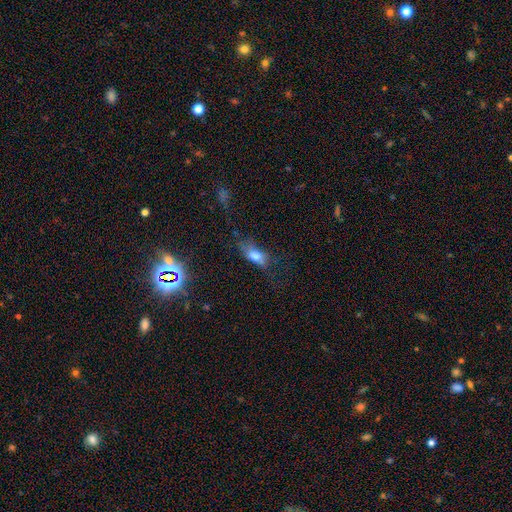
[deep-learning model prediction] smooth 66%, featured or disk 20%, star or artifact 14%. Down the decision tree: how rounded — in between (76%); merging — none (40%).